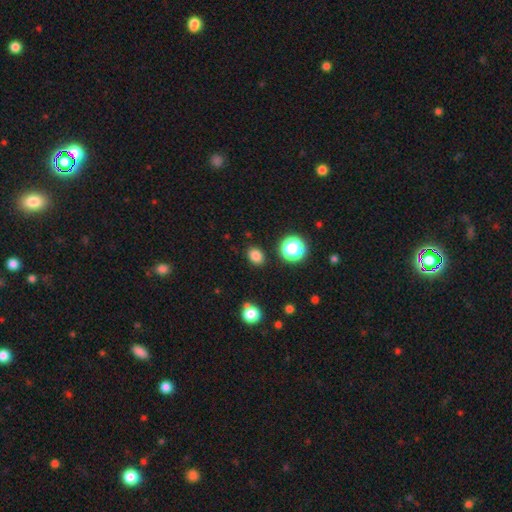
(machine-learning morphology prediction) smooth 81%, star or artifact 15%, featured or disk 4%. Down the decision tree: how rounded — in between (51%); merging — none (87%).